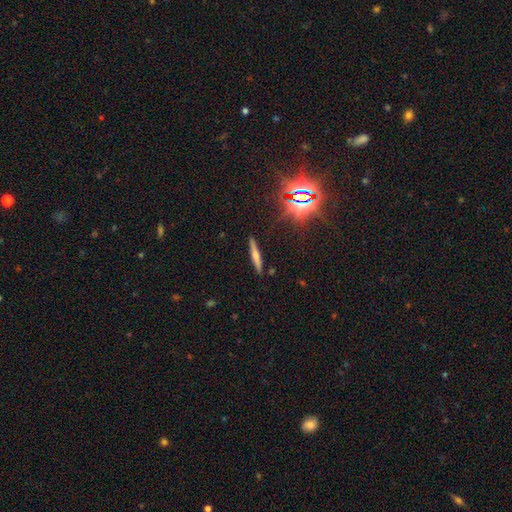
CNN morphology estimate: Smooth or featured? smooth (47%)
Merging? none (89%)